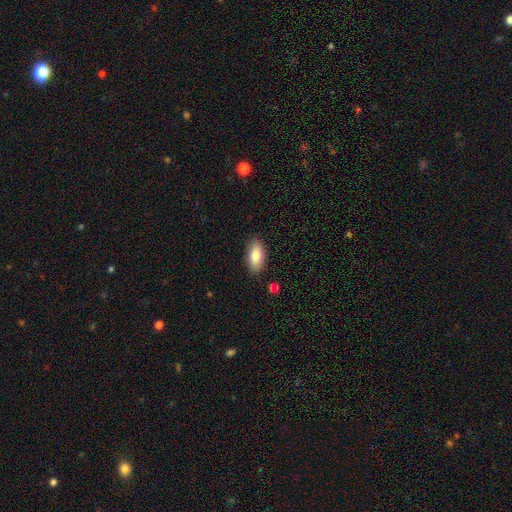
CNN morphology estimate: smooth-or-featured: smooth: 81% | featured or disk: 12% | star or artifact: 7%
  how-rounded: in between: 89% | cigar-shaped: 8% | round: 3%
  merging: none: 87% | minor disturbance: 10% | major disturbance: 2% | merger: 2%